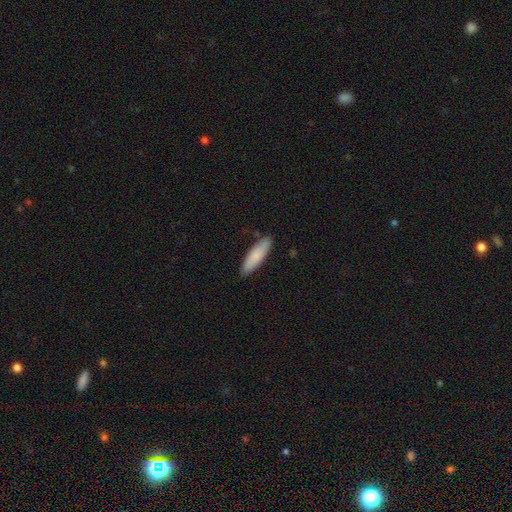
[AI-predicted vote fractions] Overall: smooth (84%). How rounded: cigar-shaped (58%; in between 41%). Merging: none (85%).